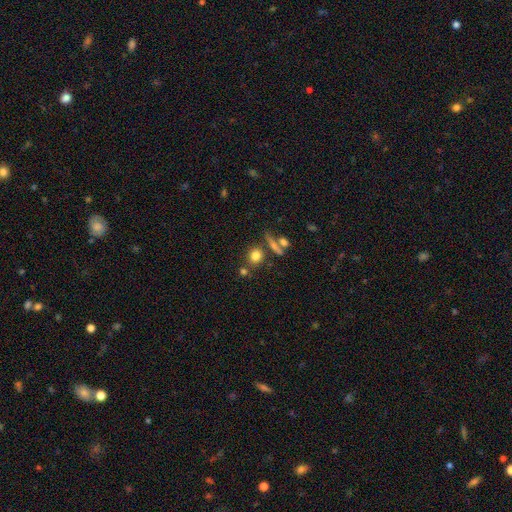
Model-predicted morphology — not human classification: Smooth or featured: smooth — 76% (star or artifact — 13%)
How rounded: round — 82% (in between — 15%)
Merging: none — 69% (merger — 17%)